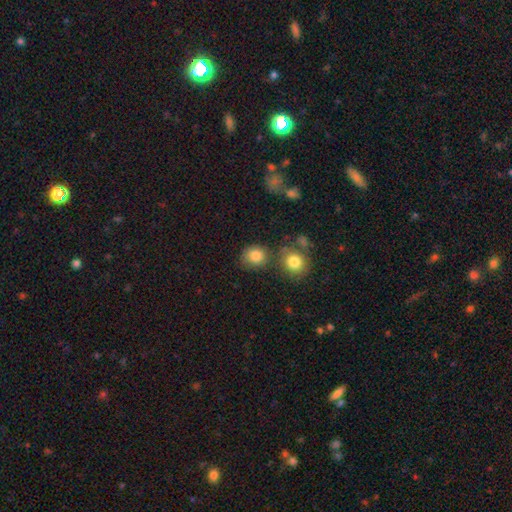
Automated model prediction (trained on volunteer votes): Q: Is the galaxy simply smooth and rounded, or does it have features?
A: smooth — 83%.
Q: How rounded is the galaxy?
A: round — 79%.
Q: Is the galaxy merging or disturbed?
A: none — 67%.